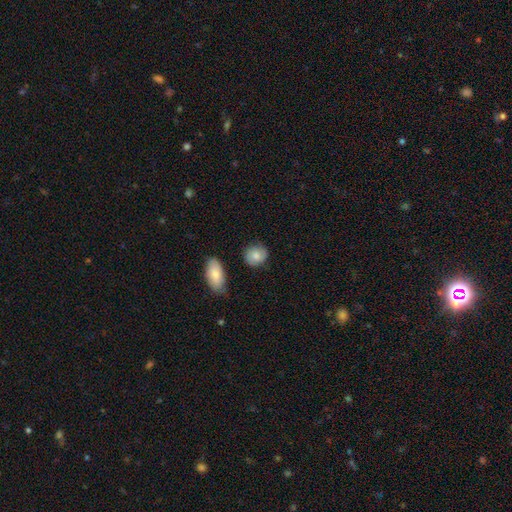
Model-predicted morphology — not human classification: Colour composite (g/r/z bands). It shows a smooth galaxy with no disk features (71%) that is round (73%). Merging: none (74%).